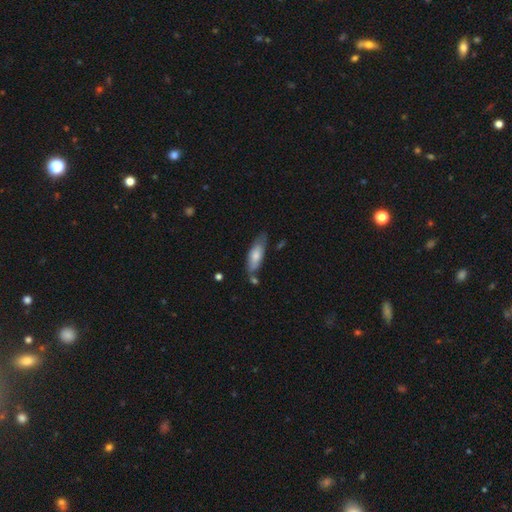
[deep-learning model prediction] This is likely a smooth galaxy (68%). How rounded: likely in between (60%). Merging: likely none (63%).